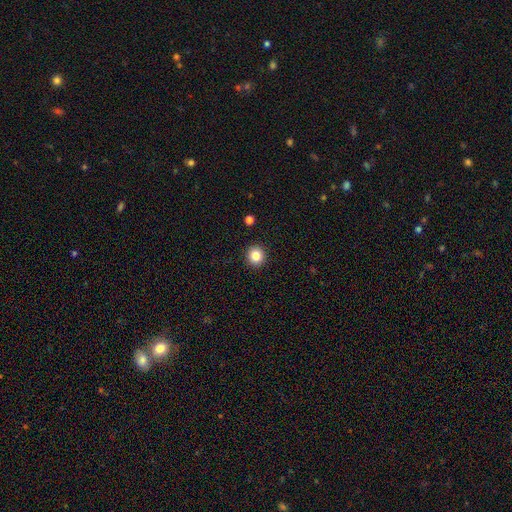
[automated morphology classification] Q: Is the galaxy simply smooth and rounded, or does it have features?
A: smooth — 83%.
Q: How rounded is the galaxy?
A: round — 93%.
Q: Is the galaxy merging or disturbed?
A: none — 93%.